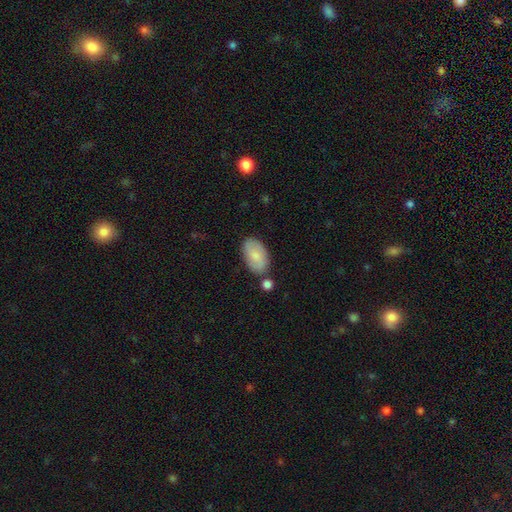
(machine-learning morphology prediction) Overall: smooth (76%). How rounded: in between (94%). Merging: none (72%).